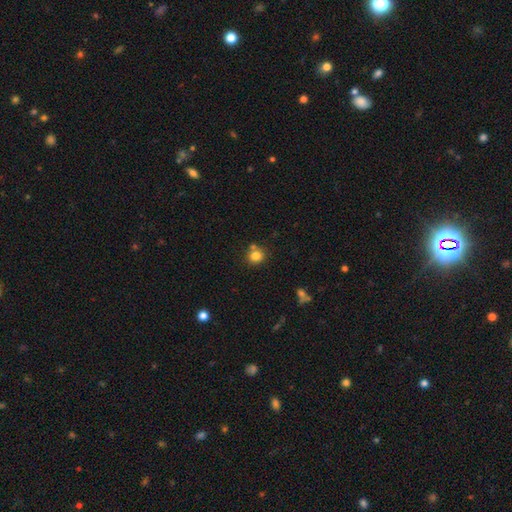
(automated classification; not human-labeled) smooth 81%, star or artifact 12%, featured or disk 7%. Down the decision tree: how rounded — round (86%); merging — none (70%).